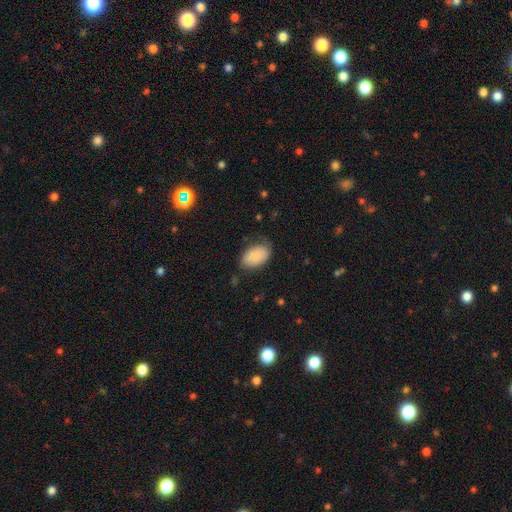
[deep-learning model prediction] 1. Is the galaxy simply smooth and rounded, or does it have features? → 85% smooth, 8% featured or disk, 7% star or artifact.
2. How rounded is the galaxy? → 93% in between, 5% round, 1% cigar-shaped.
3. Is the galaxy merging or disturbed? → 67% none, 25% minor disturbance, 7% major disturbance, 2% merger.